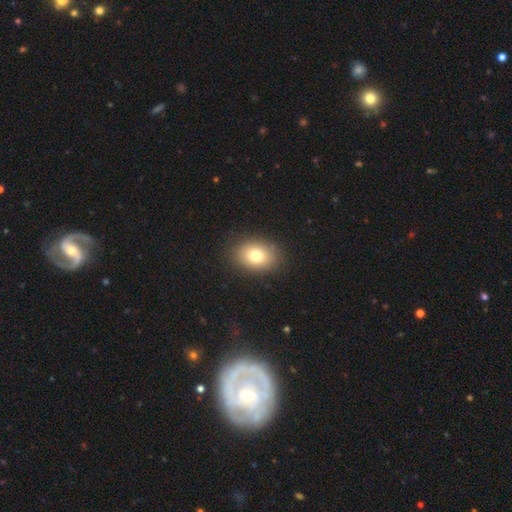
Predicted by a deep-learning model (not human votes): A smooth galaxy with no disk features (77%) that is in between round and cigar-shaped (69%).

Vote fractions:
- Smooth or featured? smooth: 77% / featured or disk: 12% / star or artifact: 10%
- How rounded? in between: 69% / round: 30% / cigar-shaped: 1%
- Merging? none: 88% / minor disturbance: 8% / major disturbance: 3% / merger: 1%